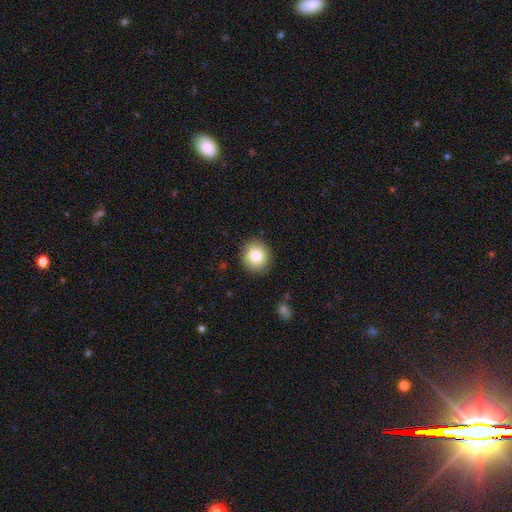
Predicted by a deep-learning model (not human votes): Smooth or featured? smooth (84%)
How rounded? round (85%)
Merging? none (90%)